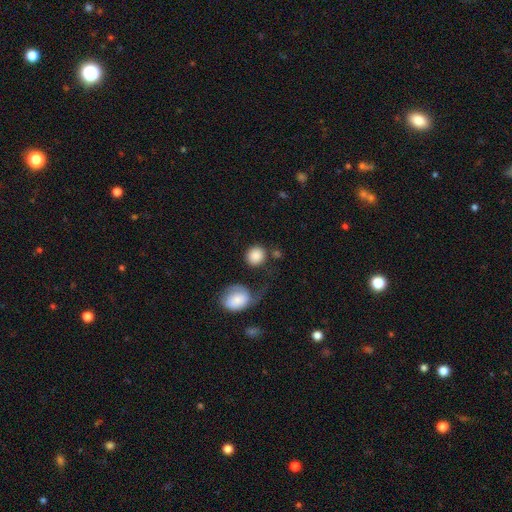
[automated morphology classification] A smooth galaxy with no disk features (87%) that is round (86%). Merging: none (65%).